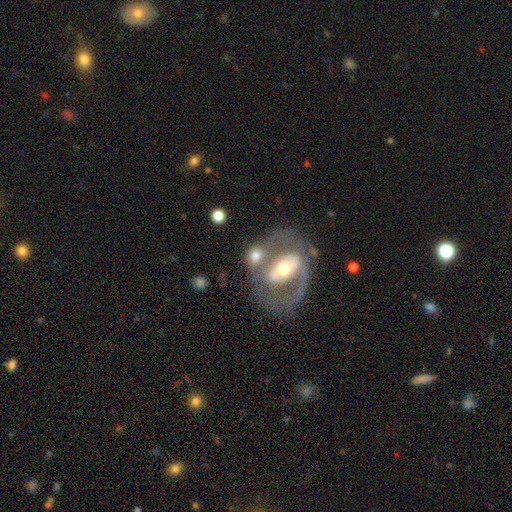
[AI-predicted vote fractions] Q: Smooth or featured?
A: featured or disk (54%); runner-up: smooth (39%)
Q: Edge-on disk?
A: no (93%); runner-up: yes (7%)
Q: Bar?
A: no (46%); runner-up: weak (32%)
Q: Spiral arms?
A: yes (52%); runner-up: no (48%)
Q: Bulge size?
A: moderate (68%); runner-up: large (15%)
Q: Merging?
A: none (38%); runner-up: merger (37%)